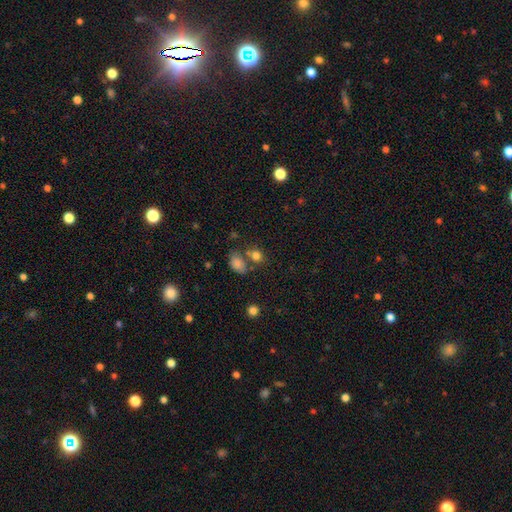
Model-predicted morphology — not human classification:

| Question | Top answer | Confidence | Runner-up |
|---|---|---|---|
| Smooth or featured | smooth | 78% | star or artifact (14%) |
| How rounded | round | 53% | in between (45%) |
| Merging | none | 55% | merger (27%) |